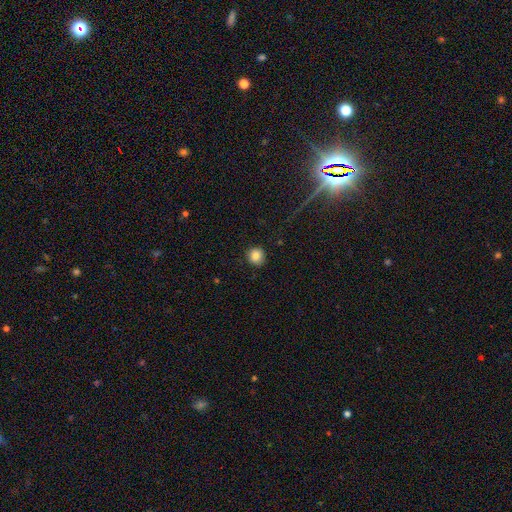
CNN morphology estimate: Smooth or featured? Predicted: smooth (p=0.85). How rounded? Predicted: round (p=0.90). Merging? Predicted: none (p=0.88).